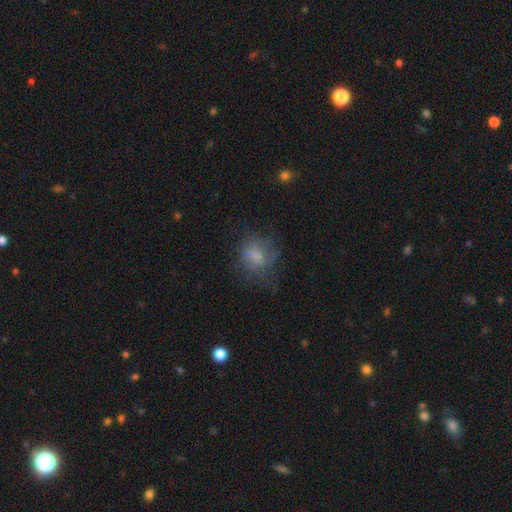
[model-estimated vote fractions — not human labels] Q: Smooth or featured?
A: smooth (61%); runner-up: featured or disk (25%)
Q: How rounded?
A: round (68%); runner-up: in between (31%)
Q: Merging?
A: none (53%); runner-up: minor disturbance (23%)